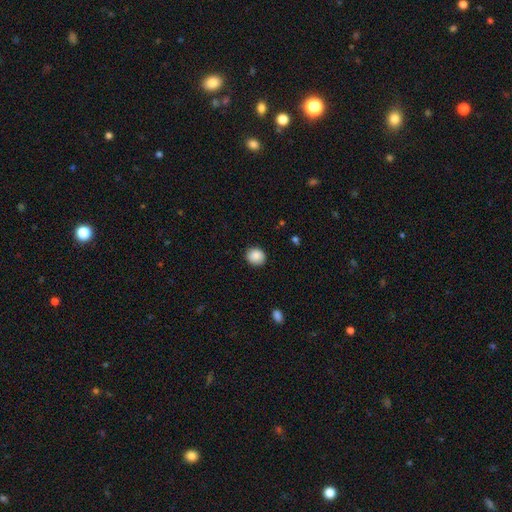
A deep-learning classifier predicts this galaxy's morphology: Overall: smooth (88%). How rounded: round (83%). Merging: none (89%).